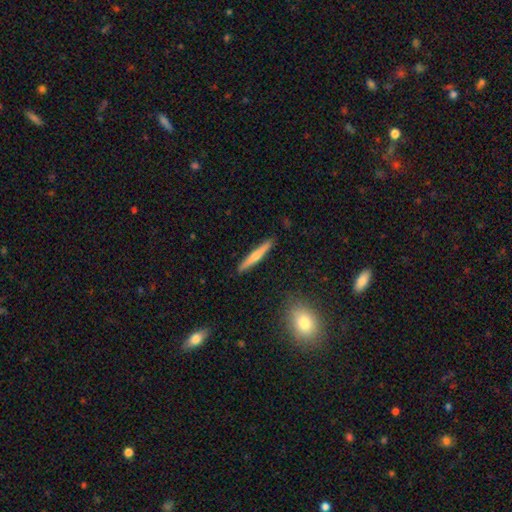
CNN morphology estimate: Smooth or featured? Predicted: smooth (p=0.51). How rounded? Predicted: cigar-shaped (p=0.94). Merging? Predicted: none (p=0.91).